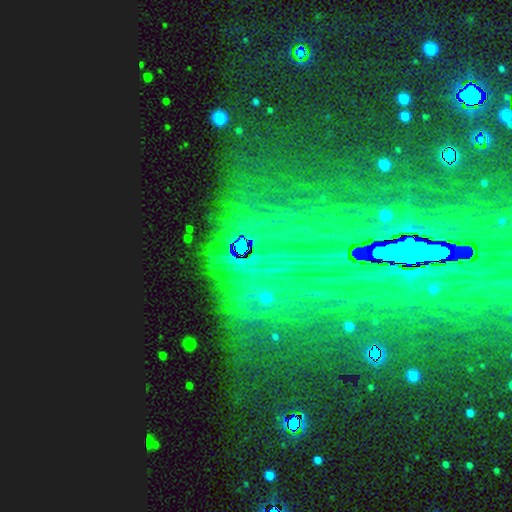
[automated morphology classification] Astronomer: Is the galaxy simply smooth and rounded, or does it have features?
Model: star or artifact — 74%.